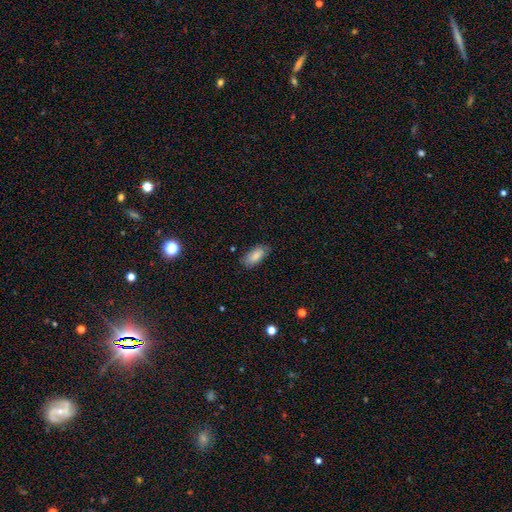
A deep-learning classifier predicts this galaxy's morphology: Smooth or featured? smooth (85%)
How rounded? in between (89%)
Merging? none (79%)